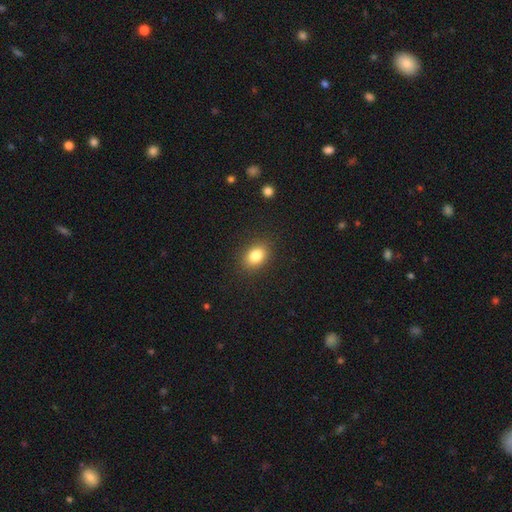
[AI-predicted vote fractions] smooth_or_featured: smooth (p=0.83) [alt: star or artifact p=0.09]
how_rounded: in between (p=0.73) [alt: round p=0.26]
merging: none (p=0.87) [alt: minor disturbance p=0.09]